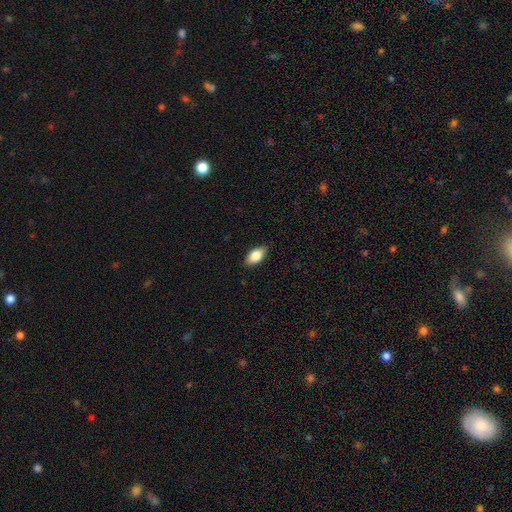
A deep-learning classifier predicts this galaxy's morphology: smooth_or_featured: smooth (p=0.82) [alt: featured or disk p=0.12]
how_rounded: in between (p=0.91) [alt: cigar-shaped p=0.05]
merging: none (p=0.86) [alt: minor disturbance p=0.11]